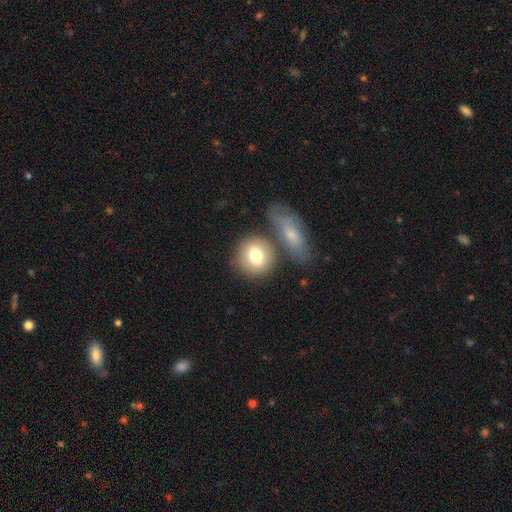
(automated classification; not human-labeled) Smooth or featured? Predicted: smooth (p=0.75). How rounded? Predicted: round (p=0.80). Merging? Predicted: none (p=0.65).